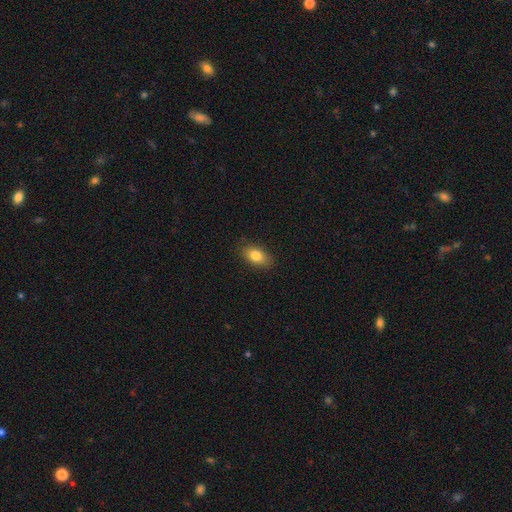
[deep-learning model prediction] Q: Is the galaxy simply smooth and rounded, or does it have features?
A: smooth — 83%.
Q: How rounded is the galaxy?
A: in between — 89%.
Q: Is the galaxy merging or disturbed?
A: none — 86%.